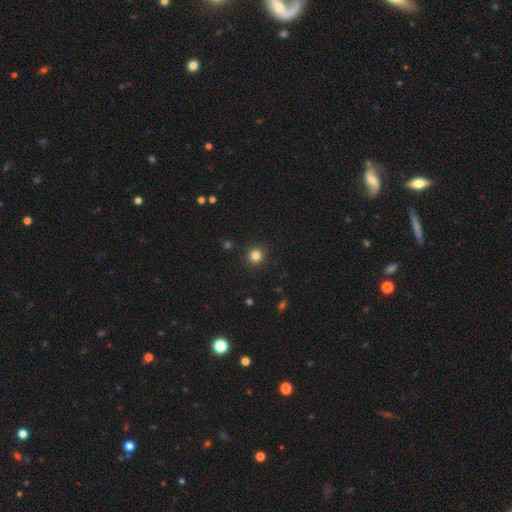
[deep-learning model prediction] Smooth or featured?
  - smooth: 83% *
  - star or artifact: 13%
  - featured or disk: 5%
How rounded?
  - round: 95% *
  - in between: 4%
  - cigar-shaped: 1%
Merging?
  - none: 92% *
  - minor disturbance: 5%
  - major disturbance: 2%
  - merger: 1%